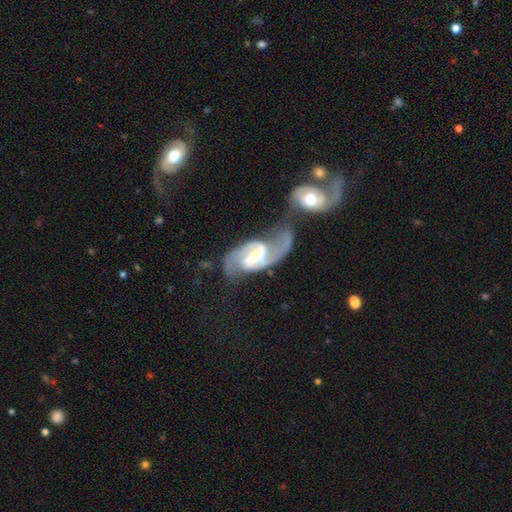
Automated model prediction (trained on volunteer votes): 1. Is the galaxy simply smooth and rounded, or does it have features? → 91% featured or disk, 5% smooth, 4% star or artifact.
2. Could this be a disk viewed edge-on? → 97% no, 3% yes.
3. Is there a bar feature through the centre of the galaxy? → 47% weak, 39% strong, 14% no.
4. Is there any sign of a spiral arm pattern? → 97% yes, 3% no.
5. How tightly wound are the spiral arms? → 54% medium, 28% loose, 18% tight.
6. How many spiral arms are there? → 92% 2, 2% can't tell, 2% 1, 1% 3, 1% 4, 1% more than 4.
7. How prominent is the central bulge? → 50% moderate, 32% small, 11% large, 5% none, 2% dominant.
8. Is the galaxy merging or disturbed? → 34% none (tied), 34% merger (tied), 17% major disturbance, 16% minor disturbance.